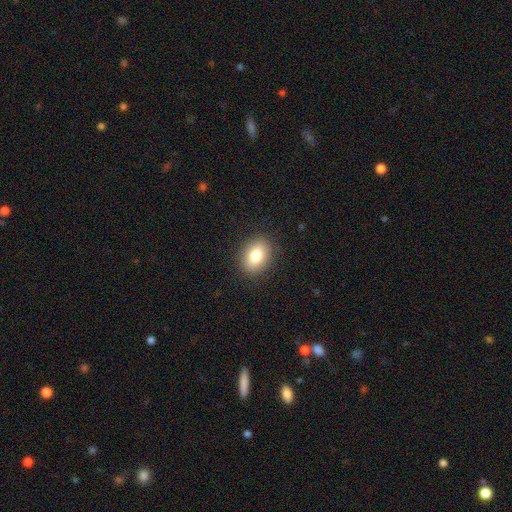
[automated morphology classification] Smooth or featured? smooth (80%)
How rounded? in between (65%)
Merging? none (89%)